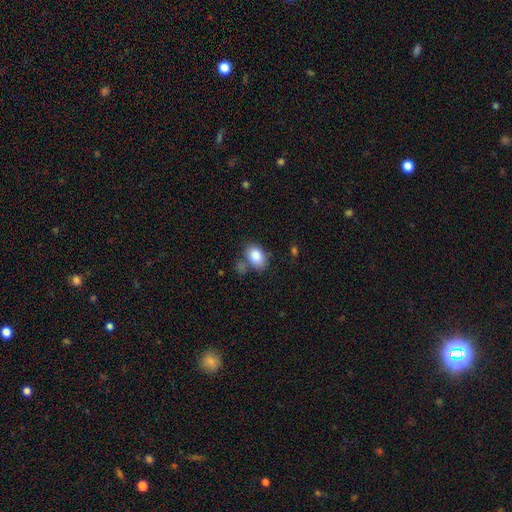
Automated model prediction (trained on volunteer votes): smooth_or_featured: smooth (p=0.85) [alt: star or artifact p=0.08]
how_rounded: in between (p=0.82) [alt: round p=0.16]
merging: none (p=0.63) [alt: minor disturbance p=0.19]